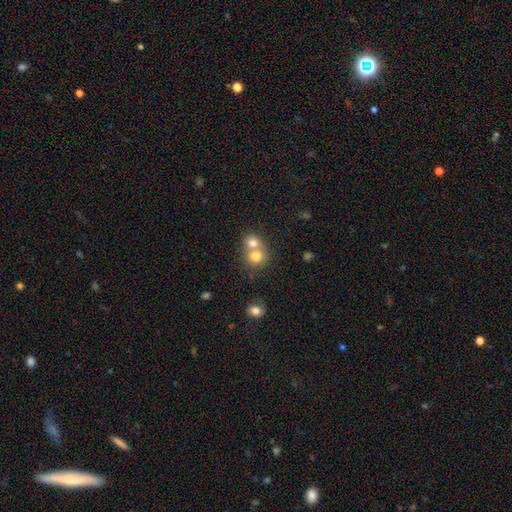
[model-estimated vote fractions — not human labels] smooth-or-featured: smooth: 76% | featured or disk: 13% | star or artifact: 11%
  how-rounded: round: 81% | in between: 18% | cigar-shaped: 1%
  merging: merger: 61% | none: 32% | minor disturbance: 5% | major disturbance: 2%